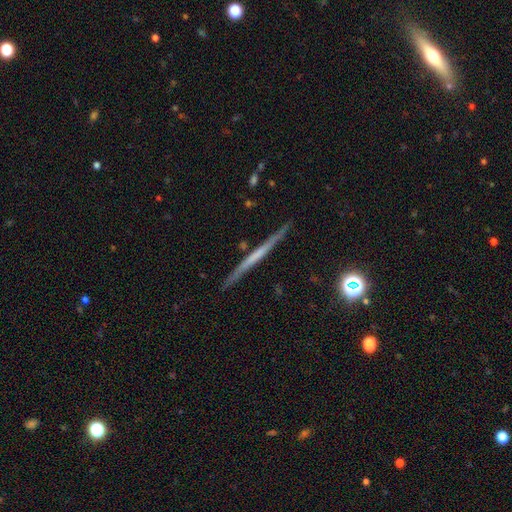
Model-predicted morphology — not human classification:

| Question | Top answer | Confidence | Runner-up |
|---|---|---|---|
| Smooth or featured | featured or disk | 60% | smooth (33%) |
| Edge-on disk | yes | 97% | no (3%) |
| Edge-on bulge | none | 85% | rounded (9%) |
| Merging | none | 89% | minor disturbance (8%) |